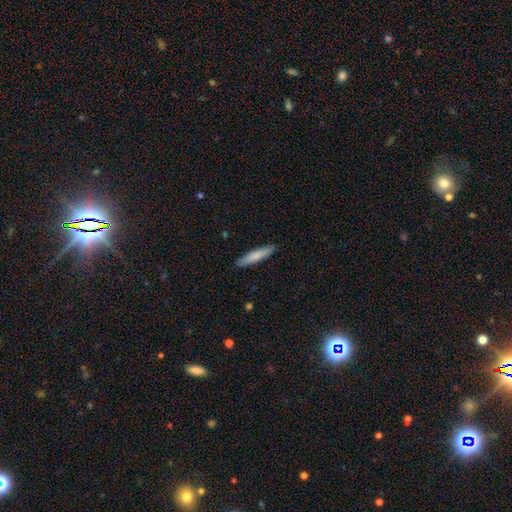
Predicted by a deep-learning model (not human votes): The model was most divided on "smooth or featured": smooth: 77%, featured or disk: 18%, star or artifact: 5%. More confident: merging — none (90%); how rounded — cigar-shaped (88%).